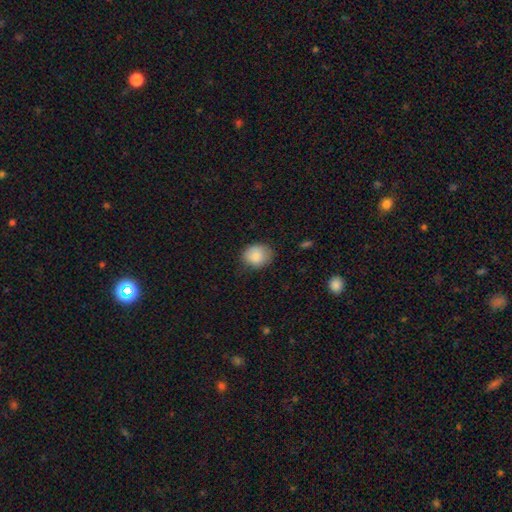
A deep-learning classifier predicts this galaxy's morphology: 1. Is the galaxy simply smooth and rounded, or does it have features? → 86% smooth, 8% star or artifact, 6% featured or disk.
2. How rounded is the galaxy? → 63% round, 36% in between, 1% cigar-shaped.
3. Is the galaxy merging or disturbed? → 73% none, 21% minor disturbance, 5% major disturbance, 1% merger.